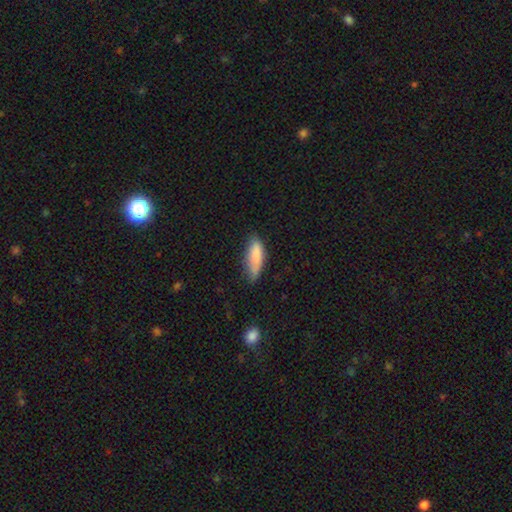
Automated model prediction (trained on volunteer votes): Smooth or featured?
  - smooth: 84% *
  - featured or disk: 9%
  - star or artifact: 7%
How rounded?
  - in between: 59% *
  - cigar-shaped: 39%
  - round: 2%
Merging?
  - none: 58% *
  - minor disturbance: 34%
  - major disturbance: 7%
  - merger: 2%